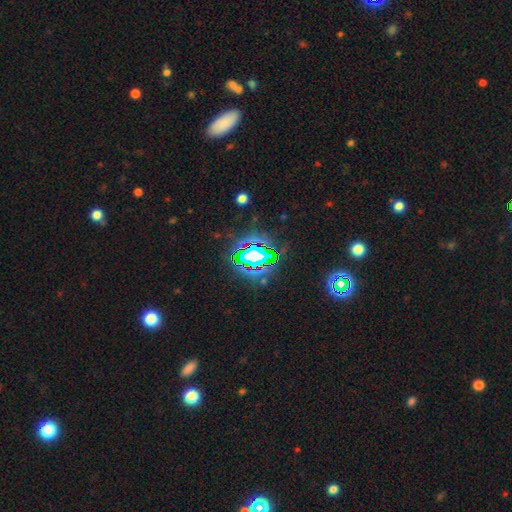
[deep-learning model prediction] This is likely a star or artifact rather than a galaxy (80%).